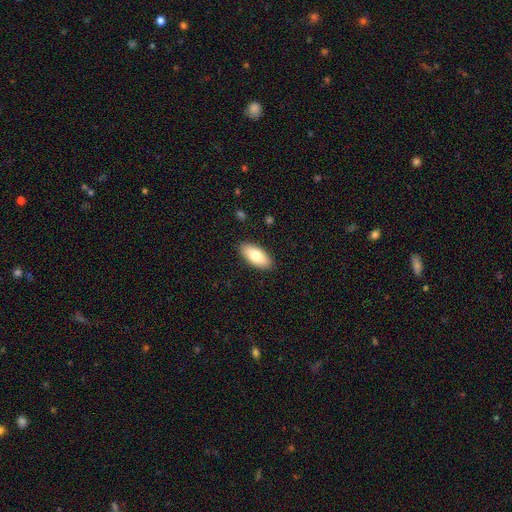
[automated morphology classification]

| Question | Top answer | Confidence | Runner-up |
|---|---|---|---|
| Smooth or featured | smooth | 79% | featured or disk (15%) |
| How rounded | in between | 90% | cigar-shaped (8%) |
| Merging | none | 89% | minor disturbance (8%) |